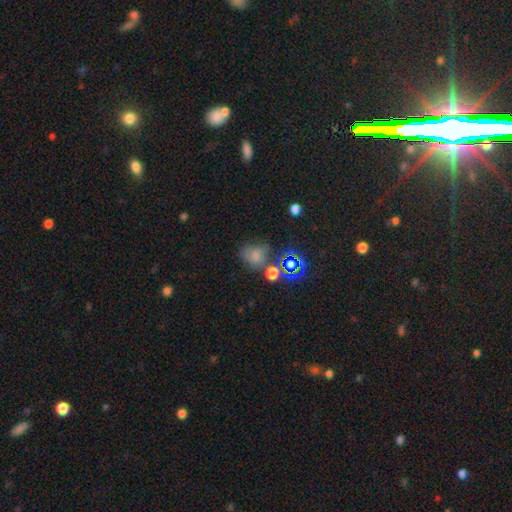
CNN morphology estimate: A smooth galaxy with no disk features (64%) that is round (64%). Merging: none (50%).